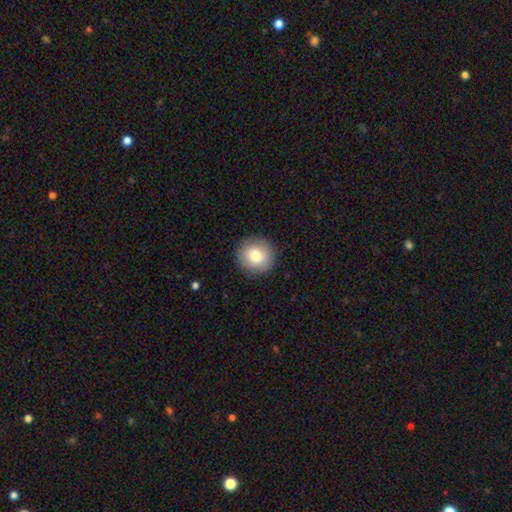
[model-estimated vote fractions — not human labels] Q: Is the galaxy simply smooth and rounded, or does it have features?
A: smooth — 78%.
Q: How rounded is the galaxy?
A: round — 94%.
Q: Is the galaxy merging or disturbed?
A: none — 90%.